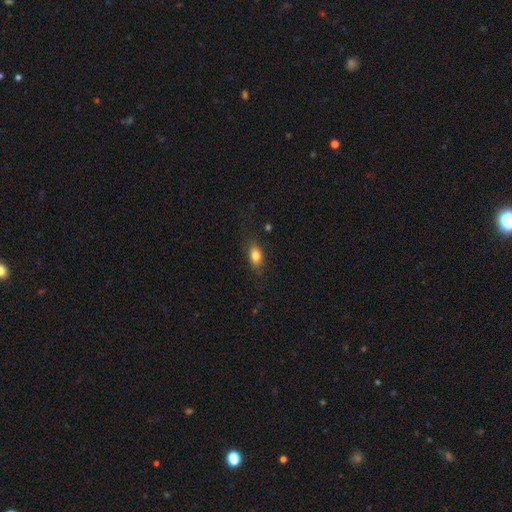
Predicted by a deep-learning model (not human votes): Smooth or featured?
  - smooth: 82% *
  - featured or disk: 10%
  - star or artifact: 9%
How rounded?
  - in between: 82% *
  - round: 11%
  - cigar-shaped: 6%
Merging?
  - none: 81% *
  - minor disturbance: 14%
  - major disturbance: 4%
  - merger: 1%